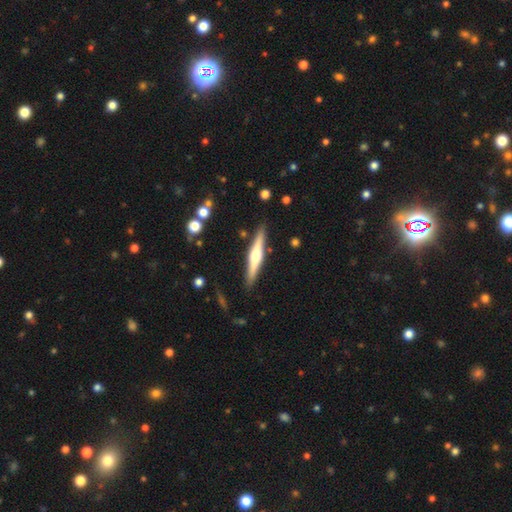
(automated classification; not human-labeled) Q: Smooth or featured?
A: featured or disk (63%); runner-up: smooth (31%)
Q: Edge-on disk?
A: yes (97%); runner-up: no (3%)
Q: Edge-on bulge?
A: rounded (87%); runner-up: boxy (7%)
Q: Merging?
A: none (88%); runner-up: minor disturbance (8%)